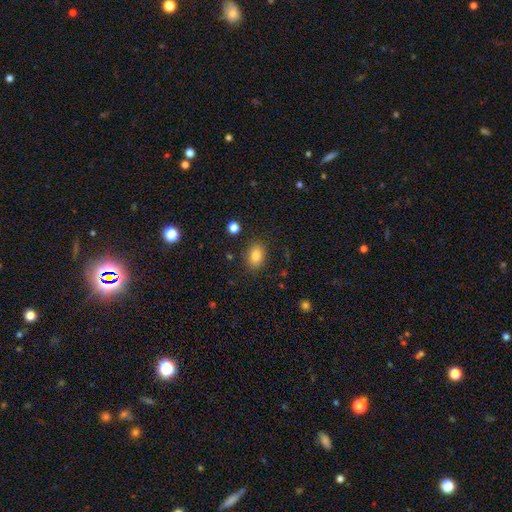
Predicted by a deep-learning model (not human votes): This appears to be a smooth galaxy with no disk features (84%) that is in between round and cigar-shaped (76%). Merging: none (83%).